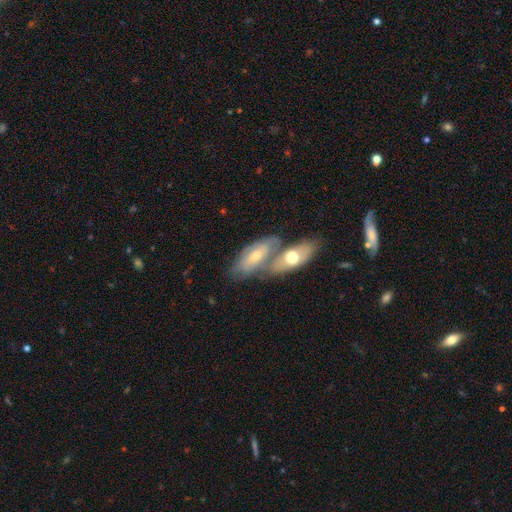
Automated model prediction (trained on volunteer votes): Morphology: type=smooth (49%); merging=merger (52%).